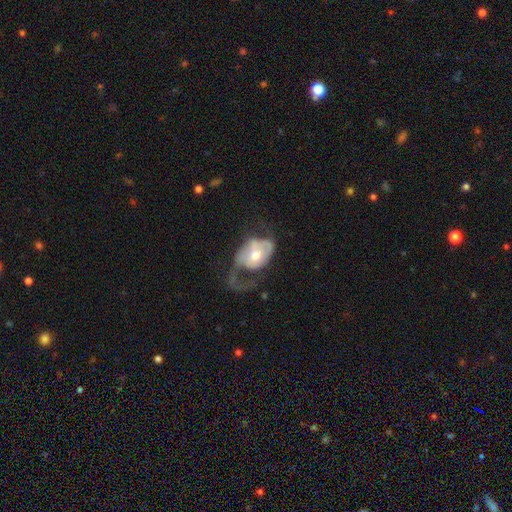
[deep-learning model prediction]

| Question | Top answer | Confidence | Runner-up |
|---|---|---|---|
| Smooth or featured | featured or disk | 56% | smooth (38%) |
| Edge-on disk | no | 95% | yes (5%) |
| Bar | no | 74% | weak (20%) |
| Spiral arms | yes | 54% | no (46%) |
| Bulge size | moderate | 61% | small (28%) |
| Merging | major disturbance | 62% | none (19%) |